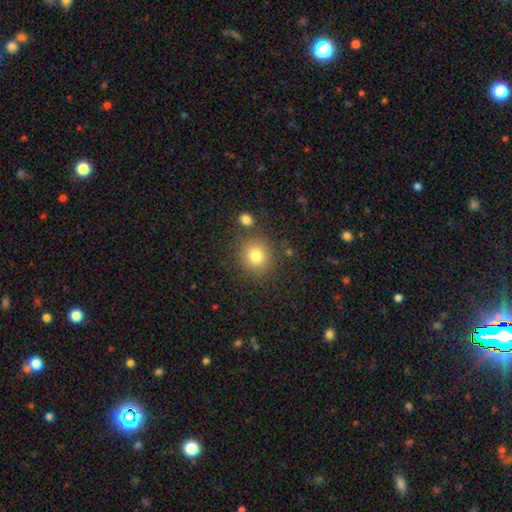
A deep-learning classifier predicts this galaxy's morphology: type=smooth (80%); roundness=round (86%); merging=none (83%).